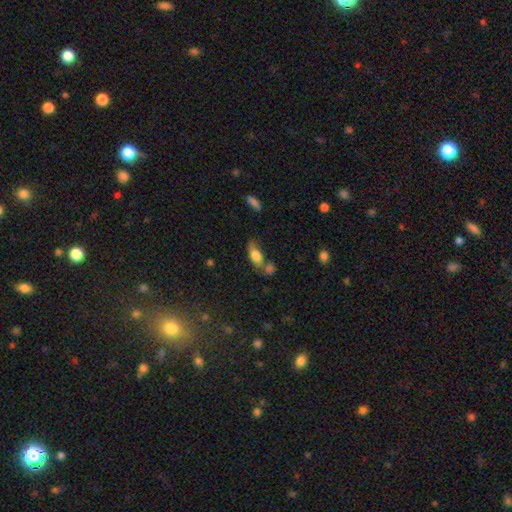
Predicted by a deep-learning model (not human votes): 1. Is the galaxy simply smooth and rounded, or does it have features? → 70% smooth, 22% featured or disk, 8% star or artifact.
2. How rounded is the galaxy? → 80% in between, 15% cigar-shaped, 5% round.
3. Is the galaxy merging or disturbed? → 47% none, 24% merger, 20% minor disturbance, 8% major disturbance.